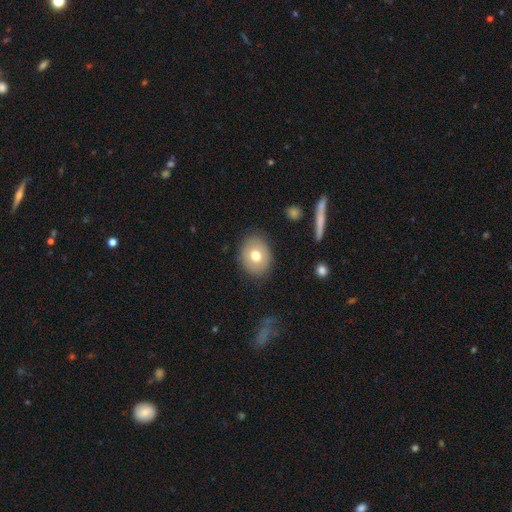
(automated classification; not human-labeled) This is likely a smooth galaxy (72%). How rounded: possibly in between (50%). Merging: clearly none (86%).